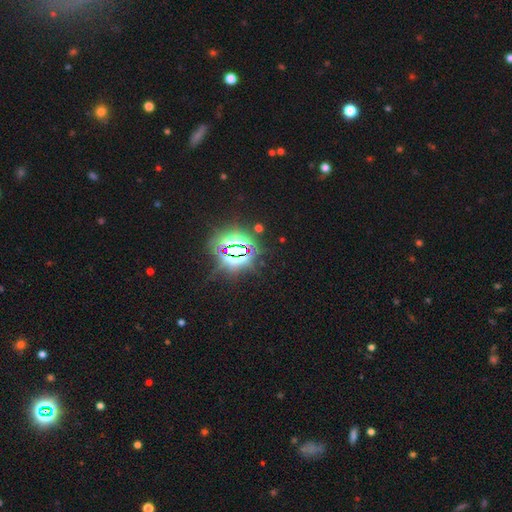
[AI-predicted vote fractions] Q: Smooth or featured?
A: star or artifact (85%); runner-up: smooth (9%)